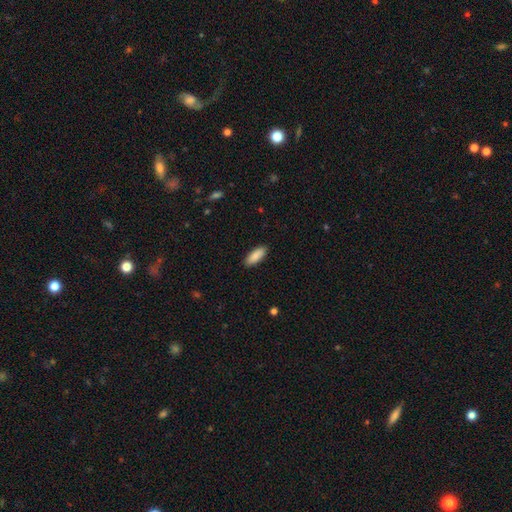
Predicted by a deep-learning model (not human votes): Morphology: type=smooth (89%); roundness=in between (72%); merging=none (90%).